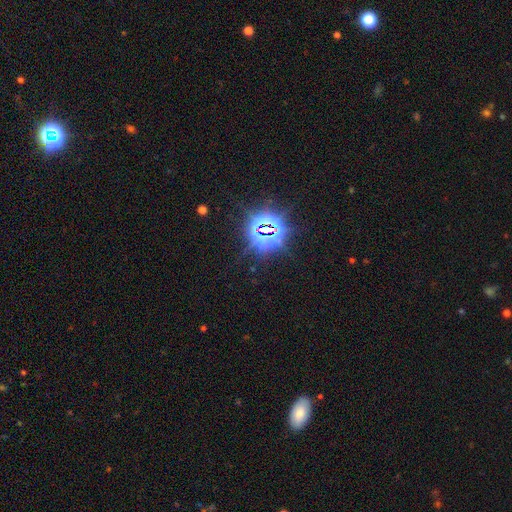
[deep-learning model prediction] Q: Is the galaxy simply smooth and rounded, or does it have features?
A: star or artifact — 80%.